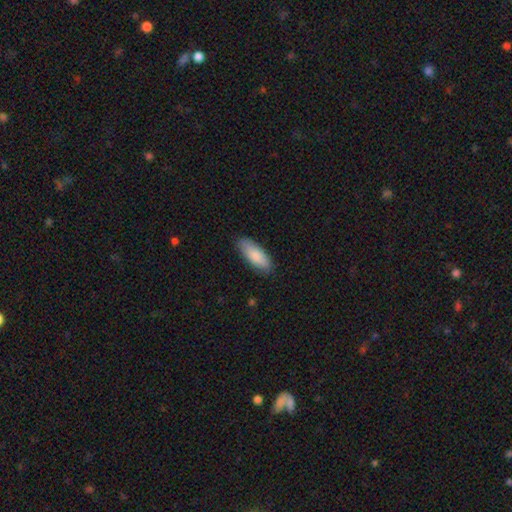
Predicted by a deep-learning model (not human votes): smooth-or-featured: smooth: 86% | featured or disk: 9% | star or artifact: 5%
  how-rounded: in between: 73% | cigar-shaped: 25% | round: 2%
  merging: none: 85% | minor disturbance: 12% | major disturbance: 2% | merger: 1%